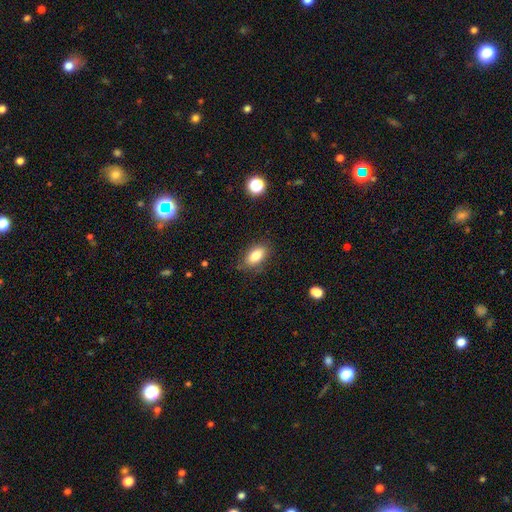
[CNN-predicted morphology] smooth_or_featured: smooth (p=0.83) [alt: featured or disk p=0.09]
how_rounded: in between (p=0.89) [alt: round p=0.06]
merging: none (p=0.82) [alt: minor disturbance p=0.14]